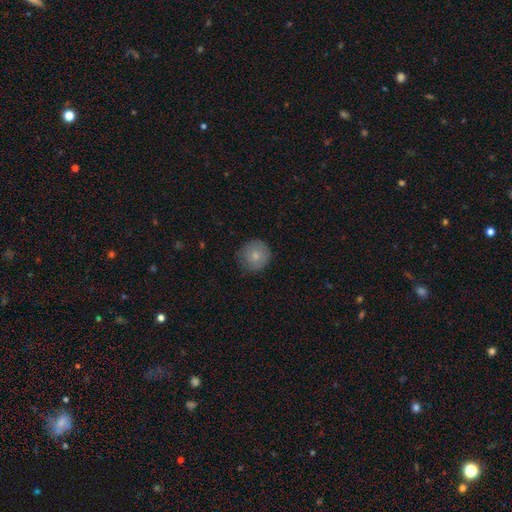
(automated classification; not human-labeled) Morphology: type=smooth (79%); roundness=round (94%); merging=none (82%).